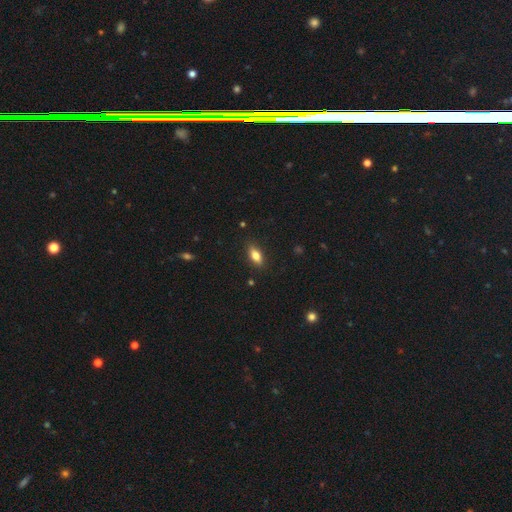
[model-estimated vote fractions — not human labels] Smooth or featured? smooth (73%)
How rounded? in between (78%)
Merging? none (86%)